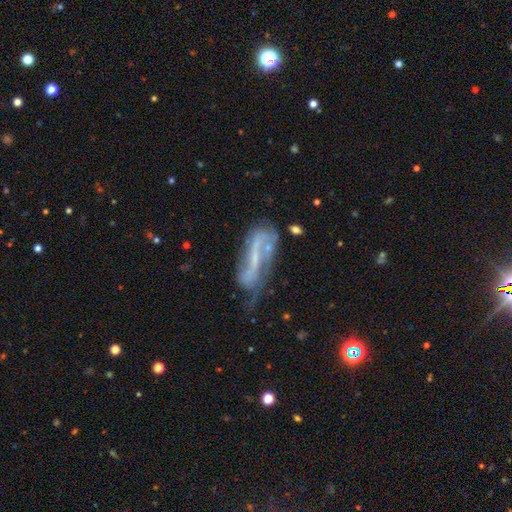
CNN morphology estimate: Overall: featured or disk (70%). Edge-on disk: no (82%). Bar: strong (40%; weak 31%). Spiral arms: yes (74%). Bulge size: small (46%; none 38%). Merging: none (37%; minor disturbance 28%).